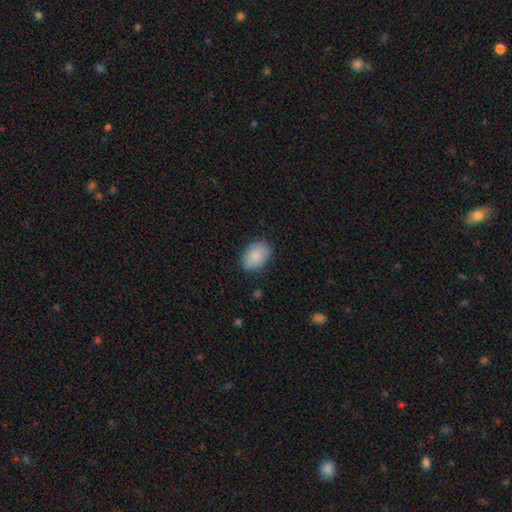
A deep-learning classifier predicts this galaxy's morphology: smooth_or_featured: smooth (p=0.88) [alt: star or artifact p=0.07]
how_rounded: in between (p=0.79) [alt: round p=0.20]
merging: none (p=0.82) [alt: minor disturbance p=0.14]